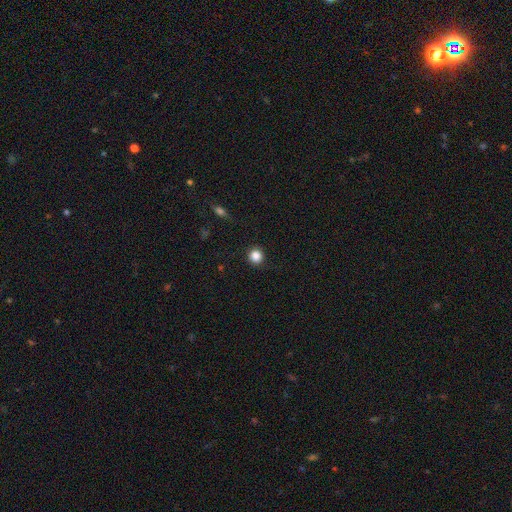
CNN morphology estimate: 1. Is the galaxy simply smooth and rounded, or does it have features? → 85% smooth, 11% star or artifact, 4% featured or disk.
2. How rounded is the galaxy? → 93% round, 6% in between, 1% cigar-shaped.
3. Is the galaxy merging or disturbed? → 91% none, 6% minor disturbance, 2% major disturbance, 1% merger.